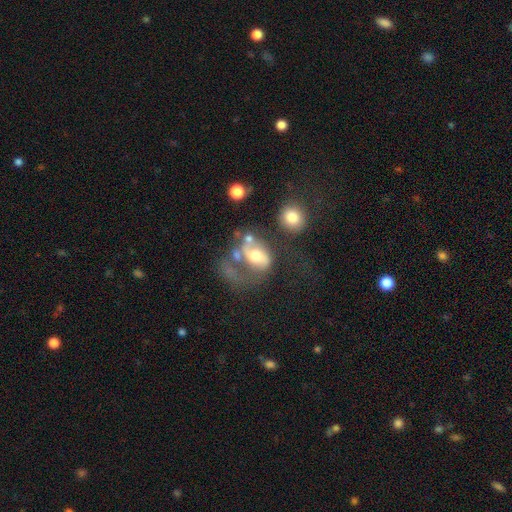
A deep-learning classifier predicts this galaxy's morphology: Q: Smooth or featured?
A: featured or disk (59%); runner-up: smooth (31%)
Q: Edge-on disk?
A: no (96%); runner-up: yes (4%)
Q: Bar?
A: no (60%); runner-up: weak (28%)
Q: Spiral arms?
A: yes (59%); runner-up: no (41%)
Q: Bulge size?
A: moderate (65%); runner-up: large (16%)
Q: Merging?
A: major disturbance (44%); runner-up: merger (25%)